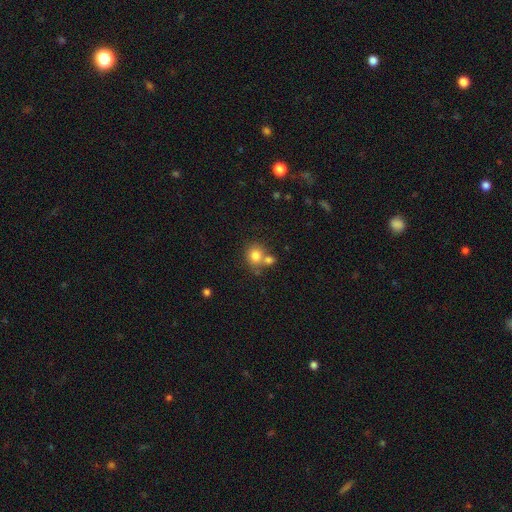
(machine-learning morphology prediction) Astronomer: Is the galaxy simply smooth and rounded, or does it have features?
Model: smooth — 80%.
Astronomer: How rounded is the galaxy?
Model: round — 79%.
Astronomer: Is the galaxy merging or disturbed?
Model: none — 51% (runner-up: merger, 35%).